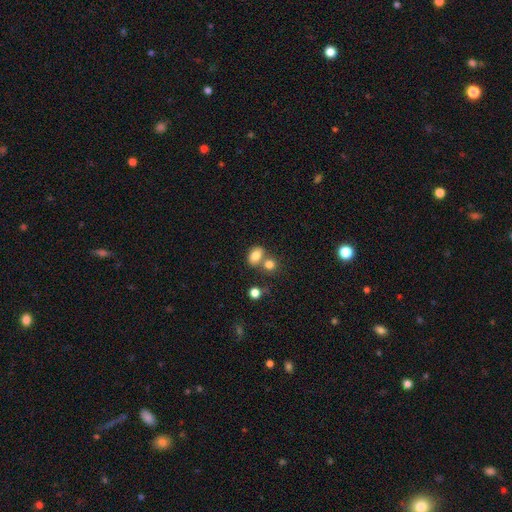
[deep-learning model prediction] Q: Smooth or featured?
A: smooth (79%); runner-up: star or artifact (11%)
Q: How rounded?
A: in between (69%); runner-up: round (30%)
Q: Merging?
A: none (49%); runner-up: merger (35%)